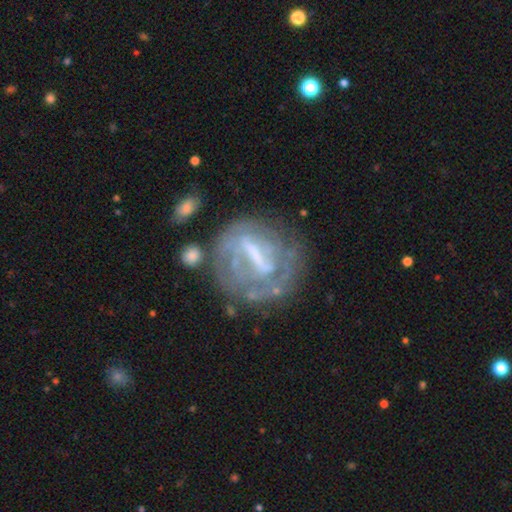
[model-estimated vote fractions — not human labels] A featured or disk galaxy (75%) with a strong bar (59%), spiral arms (50%, tied with no) and no central bulge (38%). Merging: none (55%).